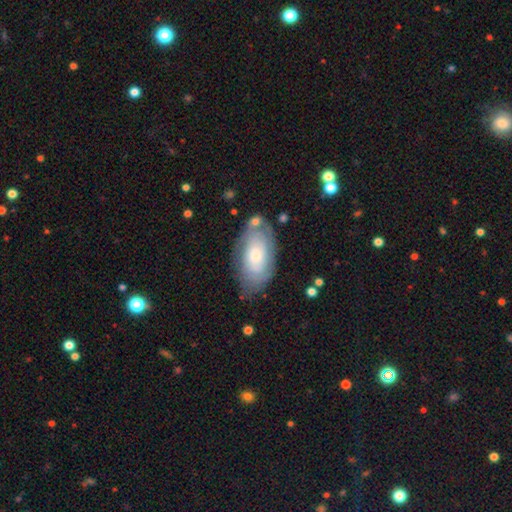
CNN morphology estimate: Smooth or featured?
  - featured or disk: 51% *
  - smooth: 42%
  - star or artifact: 6%
Edge-on disk?
  - no: 92% *
  - yes: 8%
Merging?
  - none: 66% *
  - minor disturbance: 22%
  - major disturbance: 8%
  - merger: 5%